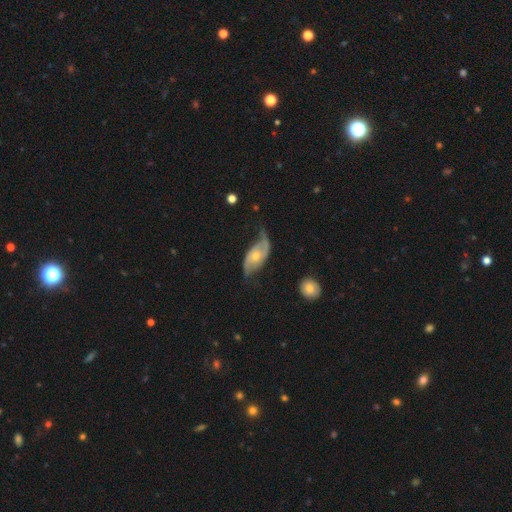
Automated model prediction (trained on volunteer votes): This appears to be a featured or disk galaxy (77%) with no bar (65%), 2 (85%) loose (55%) spiral arms (90%) and a moderate central bulge (53%). Merging: none (51%).